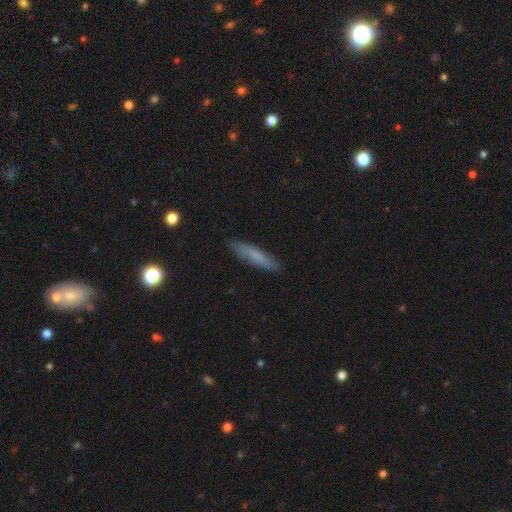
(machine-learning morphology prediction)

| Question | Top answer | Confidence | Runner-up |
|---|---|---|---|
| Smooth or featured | smooth | 65% | featured or disk (27%) |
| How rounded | cigar-shaped | 83% | in between (16%) |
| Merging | none | 82% | minor disturbance (14%) |